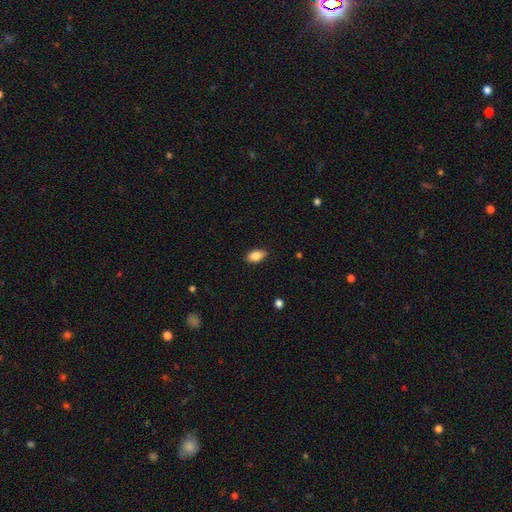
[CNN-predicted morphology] A smooth galaxy with no disk features (85%) that is in between round and cigar-shaped (90%). Merging: none (85%).